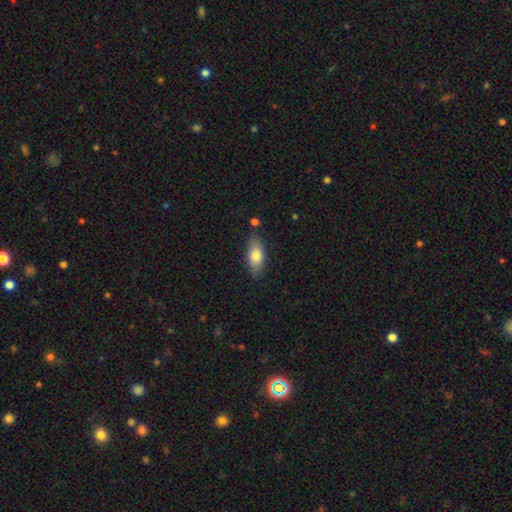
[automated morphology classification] Smooth or featured: smooth — 77% (featured or disk — 16%)
How rounded: in between — 83% (cigar-shaped — 14%)
Merging: none — 79% (minor disturbance — 14%)